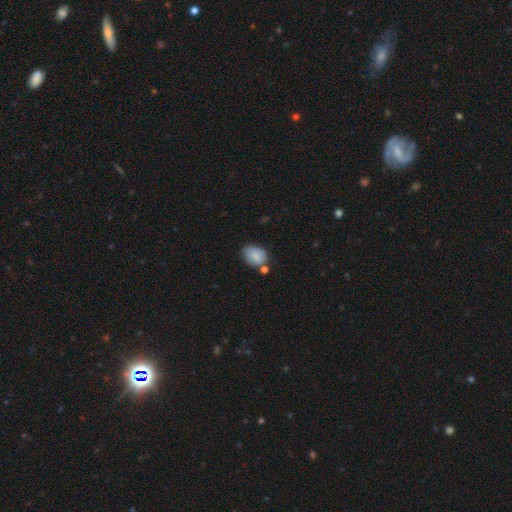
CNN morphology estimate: This appears to be a smooth galaxy with no disk features (80%) that is in between round and cigar-shaped (75%). Merging: none (61%).